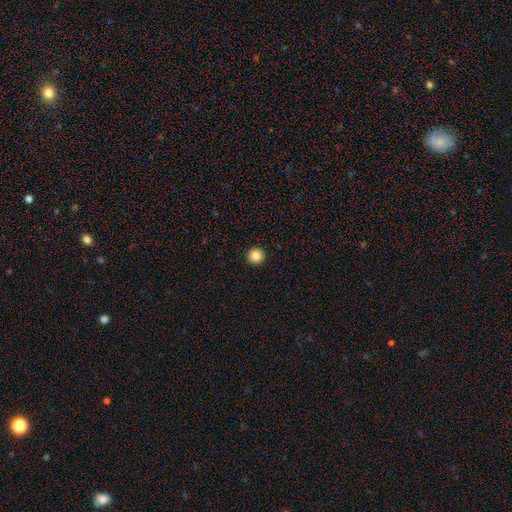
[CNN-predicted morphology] A smooth galaxy with no disk features (85%) that is round (96%). Merging: none (94%).